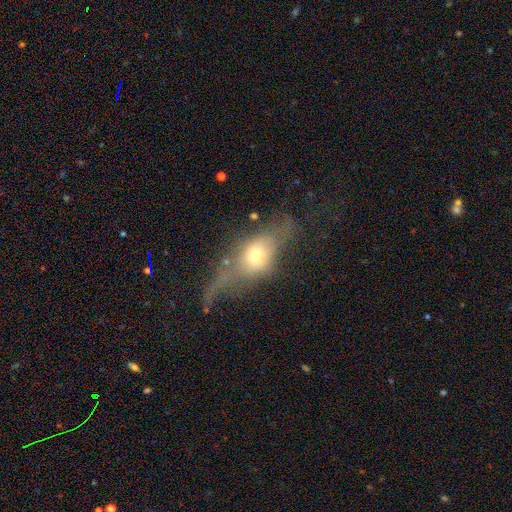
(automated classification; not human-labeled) smooth_or_featured: smooth (p=0.45) [alt: featured or disk p=0.43]
merging: major disturbance (p=0.52) [alt: none p=0.24]